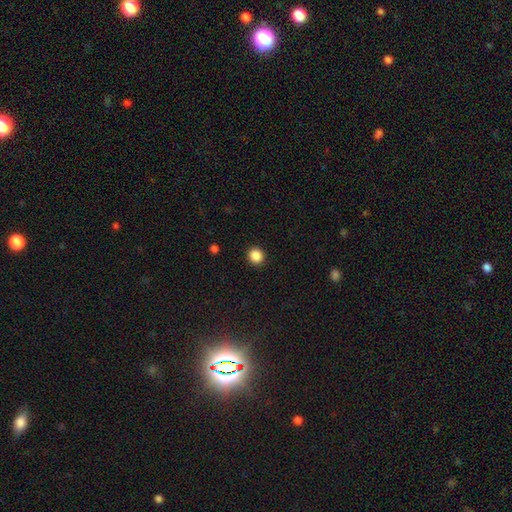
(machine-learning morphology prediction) A smooth galaxy with no disk features (87%) that is round (87%). Merging: none (92%).